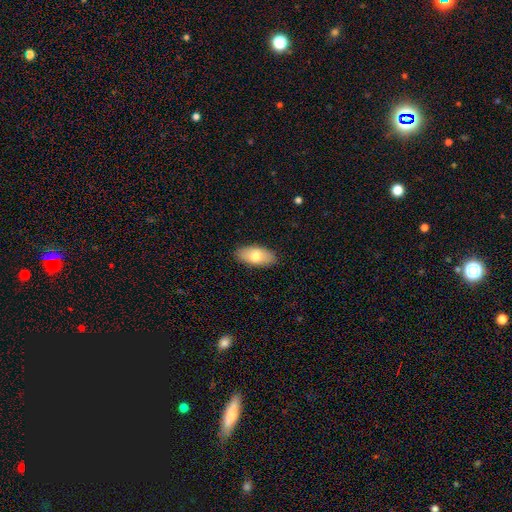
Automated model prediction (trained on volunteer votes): Smooth or featured? Predicted: smooth (p=0.74). How rounded? Predicted: in between (p=0.91). Merging? Predicted: none (p=0.88).